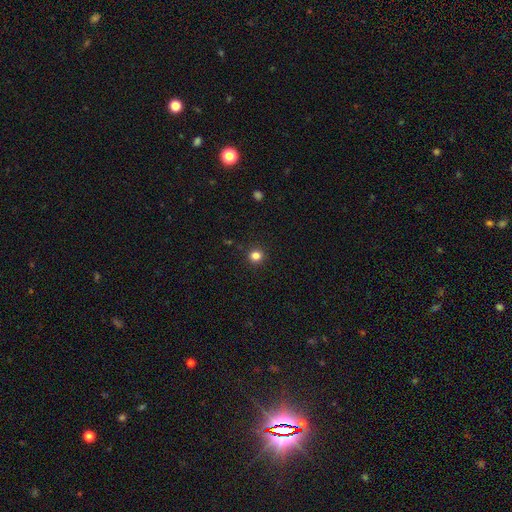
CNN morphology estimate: This is clearly a smooth galaxy (82%). How rounded: clearly round (91%). Merging: clearly none (92%).